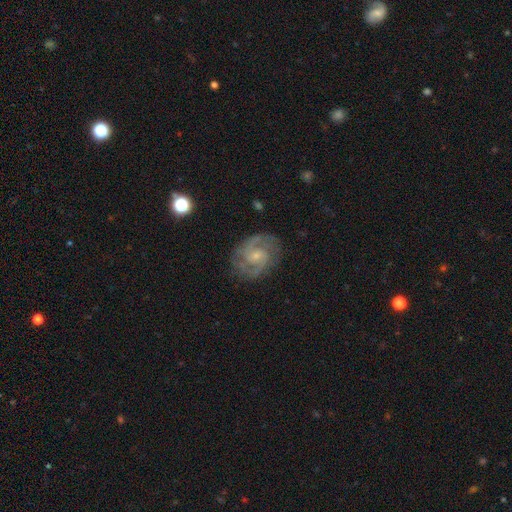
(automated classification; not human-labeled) A featured or disk galaxy (88%) with no bar (53%), 2 (77%) medium (49%) spiral arms (97%) and a small central bulge (65%). Merging: none (79%).